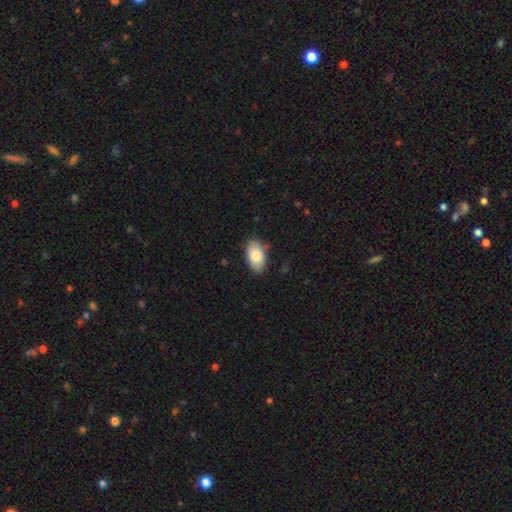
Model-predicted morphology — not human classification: The model was most divided on "merging": none: 82%, minor disturbance: 14%, major disturbance: 3%, merger: 2%. More confident: how rounded — in between (94%); smooth or featured — smooth (82%).